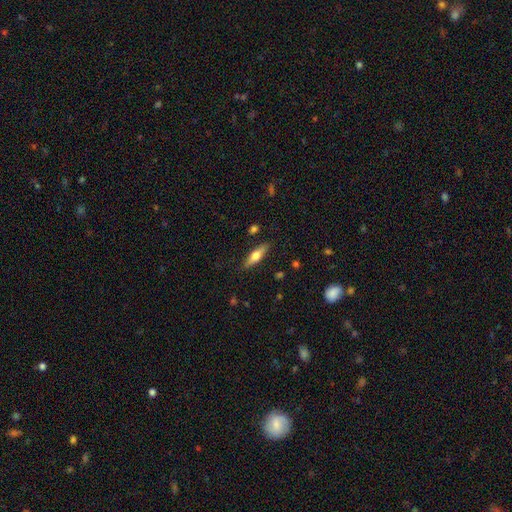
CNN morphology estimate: Overall: smooth (53%; featured or disk 41%). How rounded: cigar-shaped (57%; in between 40%). Merging: none (85%).